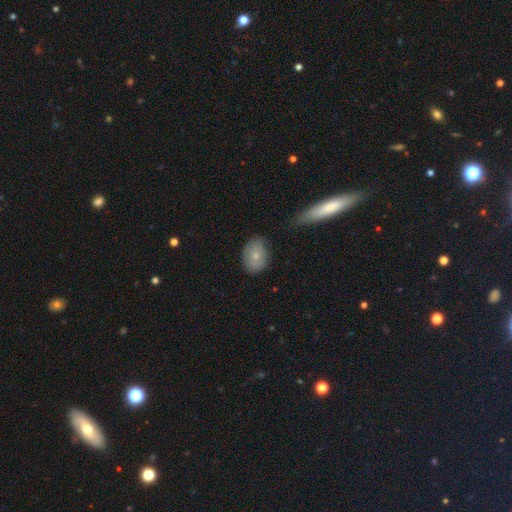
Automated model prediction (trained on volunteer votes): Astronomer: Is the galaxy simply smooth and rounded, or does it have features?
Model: smooth — 75%.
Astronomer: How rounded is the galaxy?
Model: in between — 68%.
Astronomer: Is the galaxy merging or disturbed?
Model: none — 73%.